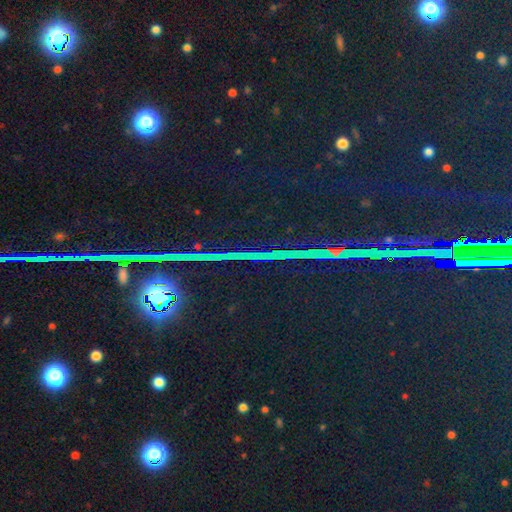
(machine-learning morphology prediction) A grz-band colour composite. It shows a star or artifact, not a galaxy (88%).